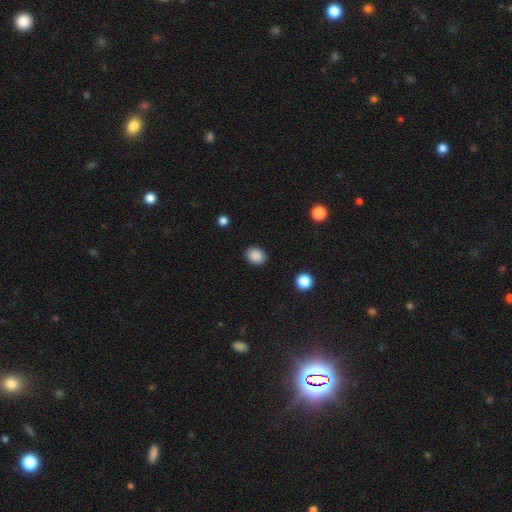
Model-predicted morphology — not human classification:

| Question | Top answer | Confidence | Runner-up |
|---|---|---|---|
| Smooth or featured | smooth | 88% | star or artifact (10%) |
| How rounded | round | 54% | in between (45%) |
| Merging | none | 89% | minor disturbance (7%) |